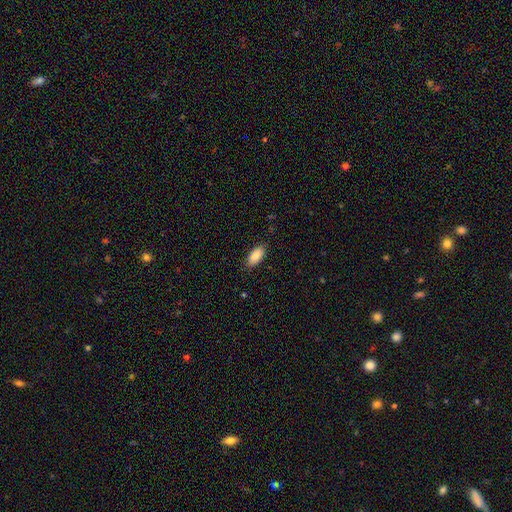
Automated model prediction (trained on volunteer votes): Smooth or featured? Predicted: smooth (p=0.88). How rounded? Predicted: in between (p=0.90). Merging? Predicted: none (p=0.87).